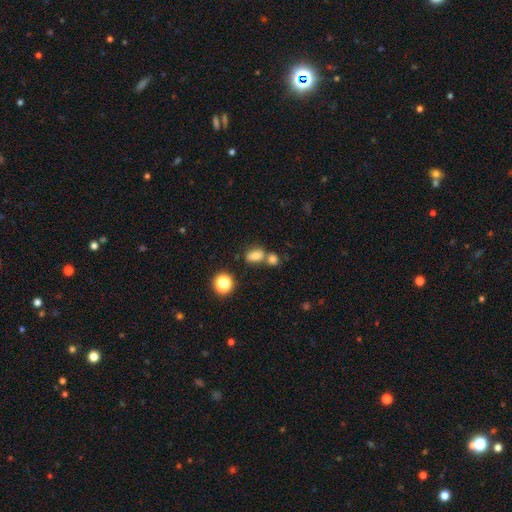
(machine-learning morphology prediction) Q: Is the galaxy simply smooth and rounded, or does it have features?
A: smooth — 75%.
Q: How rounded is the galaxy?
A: in between — 74%.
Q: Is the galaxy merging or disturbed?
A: none — 49%.